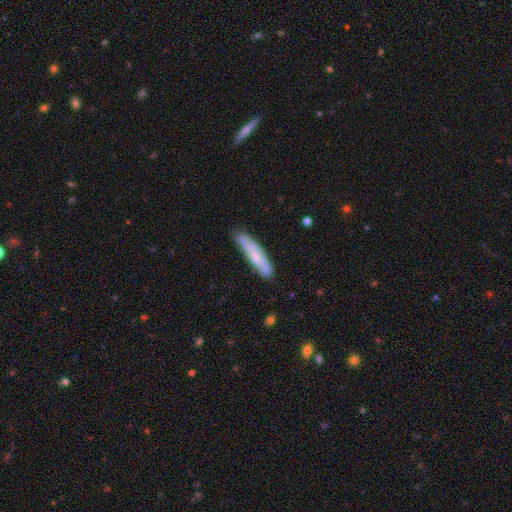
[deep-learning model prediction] Smooth or featured: smooth — 63% (featured or disk — 30%)
How rounded: cigar-shaped — 85% (in between — 14%)
Merging: none — 79% (minor disturbance — 17%)